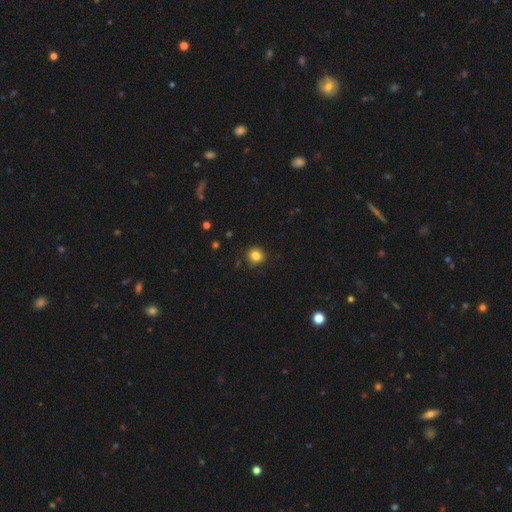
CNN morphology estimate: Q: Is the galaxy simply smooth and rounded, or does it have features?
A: smooth — 83%.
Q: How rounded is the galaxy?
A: round — 91%.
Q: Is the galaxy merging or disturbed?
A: none — 88%.